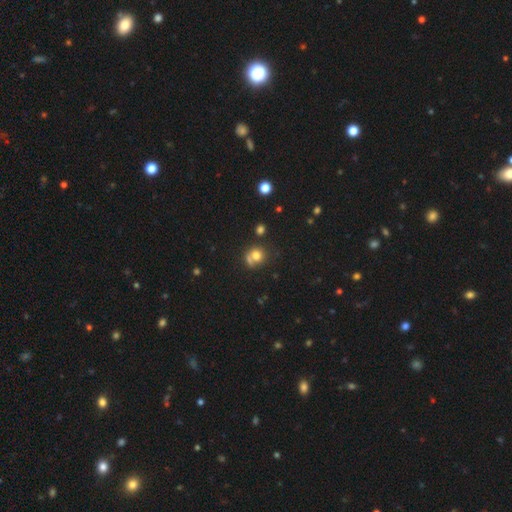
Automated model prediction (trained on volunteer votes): Morphology: type=smooth (74%); roundness=round (80%); merging=none (49%).